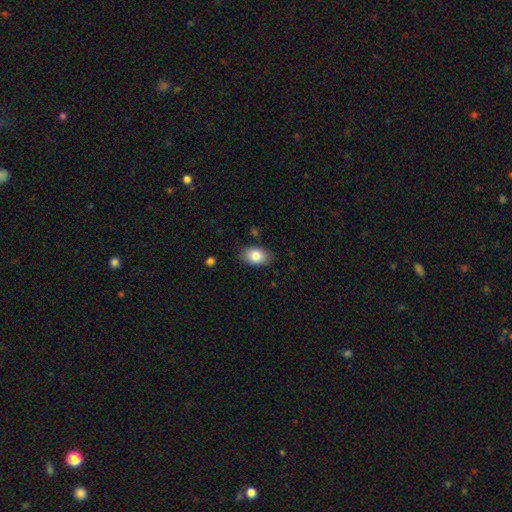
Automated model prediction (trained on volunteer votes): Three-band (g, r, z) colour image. It shows a smooth galaxy with no disk features (84%) that is in between round and cigar-shaped (84%). Merging: none (82%).